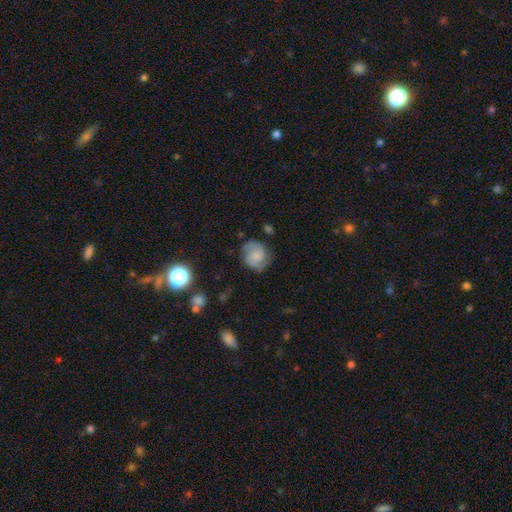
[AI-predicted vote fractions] This is likely a featured or disk galaxy (61%). It is clearly not viewed edge-on (98%). Bar: likely no (62%). Spiral arm pattern: clearly yes (94%). Spiral arm count: clearly 2 (86%). Spiral winding: possibly medium (47%). Central bulge: marginally none (37%). Merging: likely none (77%).